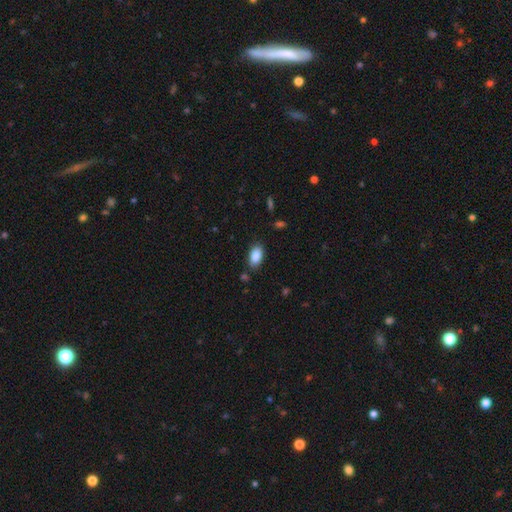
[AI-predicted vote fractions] The model was most divided on "merging": none: 83%, minor disturbance: 12%, major disturbance: 3%, merger: 2%. More confident: how rounded — in between (93%); smooth or featured — smooth (88%).